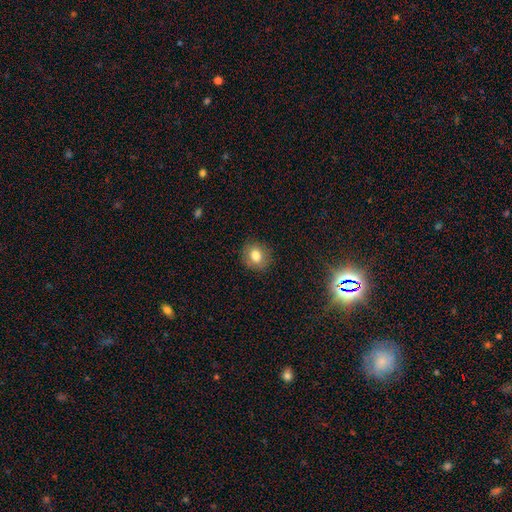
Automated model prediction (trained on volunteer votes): Smooth or featured? smooth (80%)
How rounded? round (74%)
Merging? none (87%)